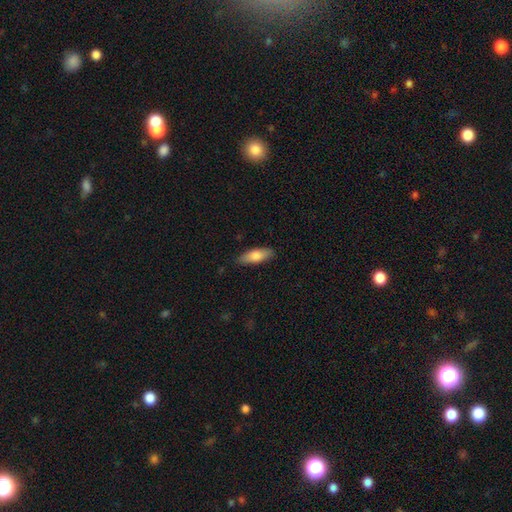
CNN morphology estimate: Smooth or featured?
  - smooth: 79% *
  - featured or disk: 15%
  - star or artifact: 6%
How rounded?
  - in between: 66% *
  - cigar-shaped: 32%
  - round: 2%
Merging?
  - none: 85% *
  - minor disturbance: 12%
  - major disturbance: 2%
  - merger: 1%